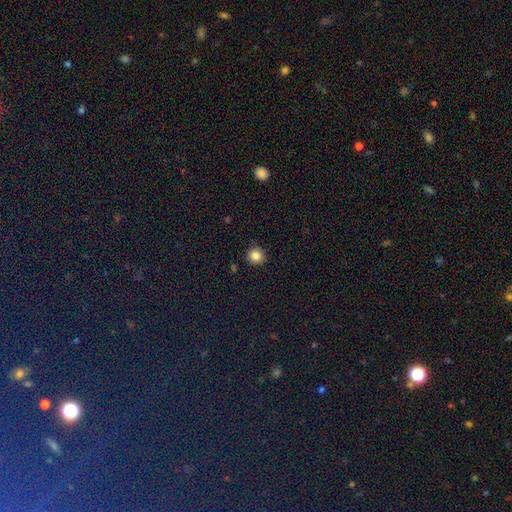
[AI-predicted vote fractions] Smooth or featured? Predicted: smooth (p=0.84). How rounded? Predicted: round (p=0.90). Merging? Predicted: none (p=0.84).